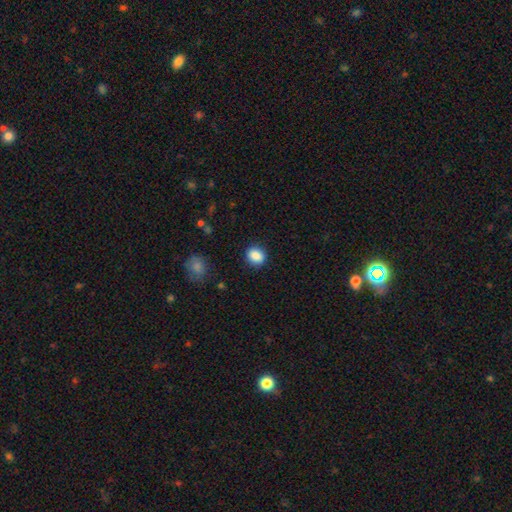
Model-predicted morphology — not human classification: smooth_or_featured: smooth (p=0.88) [alt: star or artifact p=0.09]
how_rounded: round (p=0.65) [alt: in between p=0.34]
merging: none (p=0.88) [alt: minor disturbance p=0.08]